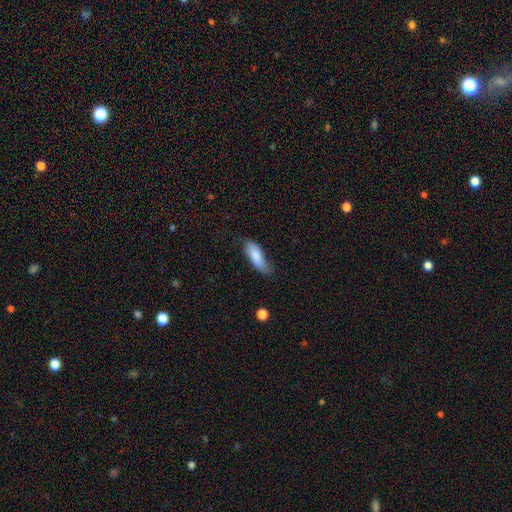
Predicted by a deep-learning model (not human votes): Overall: smooth (79%). How rounded: in between (68%; cigar-shaped 30%). Merging: none (59%; minor disturbance 31%).